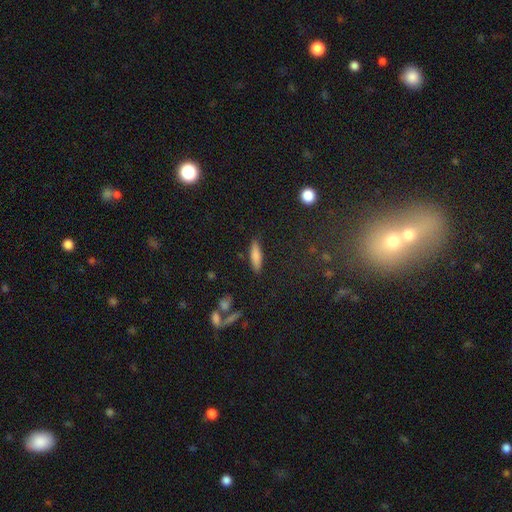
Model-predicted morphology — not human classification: This is clearly a smooth galaxy (80%). How rounded: likely cigar-shaped (63%). Merging: clearly none (85%).